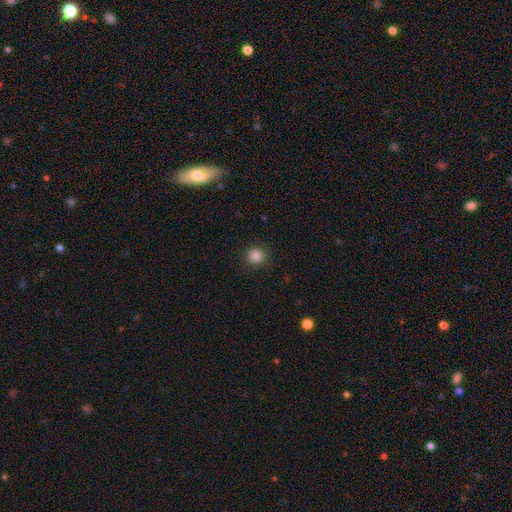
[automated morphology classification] smooth_or_featured: smooth (p=0.86) [alt: star or artifact p=0.11]
how_rounded: round (p=0.92) [alt: in between p=0.07]
merging: none (p=0.89) [alt: minor disturbance p=0.07]